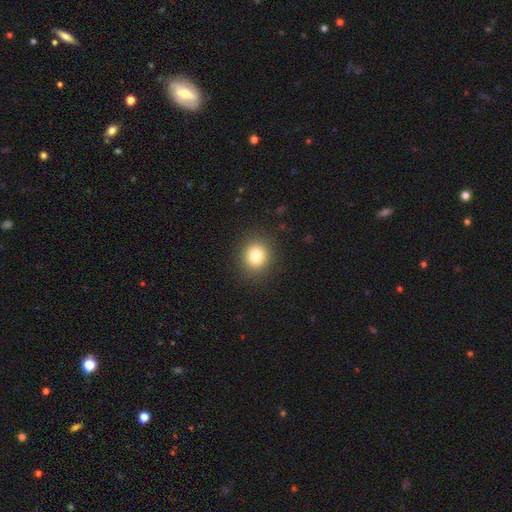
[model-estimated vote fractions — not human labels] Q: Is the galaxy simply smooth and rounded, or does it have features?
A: smooth — 82%.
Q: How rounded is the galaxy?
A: round — 78%.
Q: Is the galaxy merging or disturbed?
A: none — 89%.